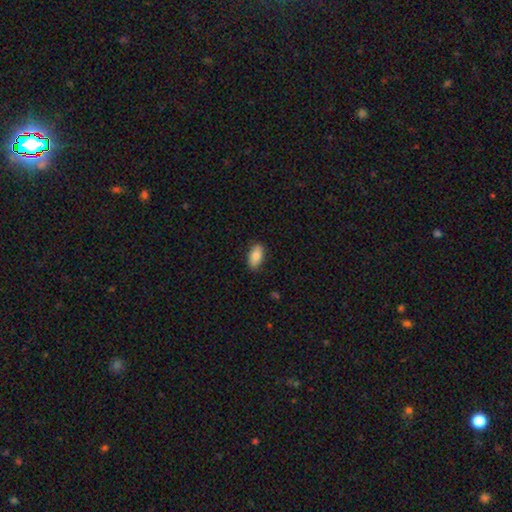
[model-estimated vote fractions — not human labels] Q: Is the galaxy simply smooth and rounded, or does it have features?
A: smooth — 83%.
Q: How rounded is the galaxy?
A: in between — 91%.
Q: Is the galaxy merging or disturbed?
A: none — 85%.